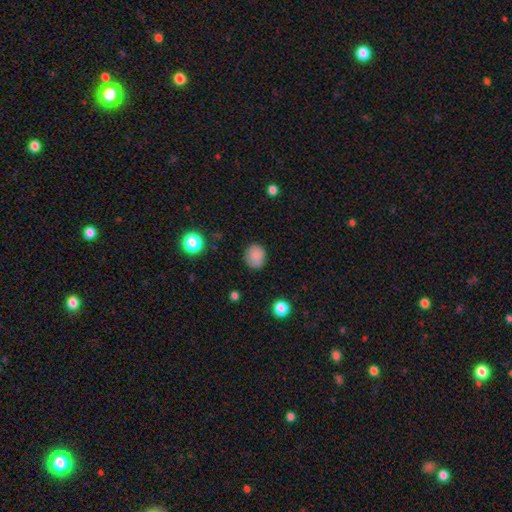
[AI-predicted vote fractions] Overall: smooth (84%). How rounded: round (77%). Merging: none (82%).